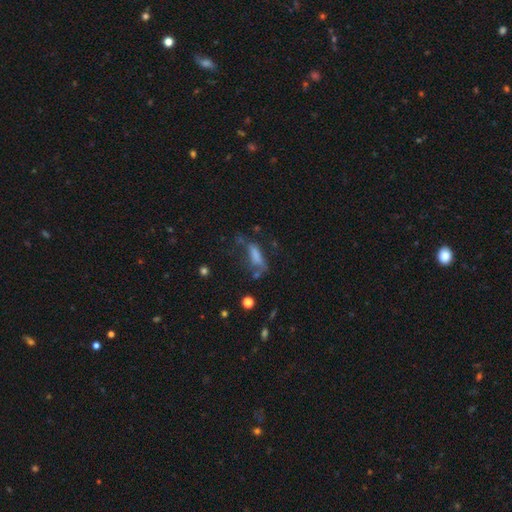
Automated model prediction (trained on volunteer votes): The model was most divided on "merging" (2-way tie): major disturbance: 33%, none: 33%, minor disturbance: 24%, merger: 10%. Remaining: smooth or featured — smooth (59%); how rounded — cigar-shaped (49%).